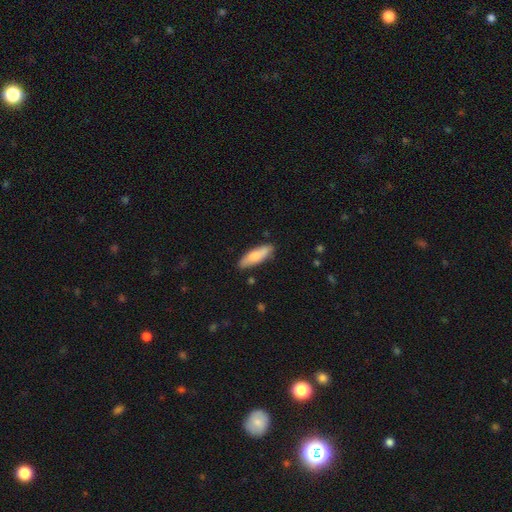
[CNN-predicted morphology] smooth 75%, featured or disk 19%, star or artifact 5%. Down the decision tree: how rounded — cigar-shaped (50%); merging — none (84%).